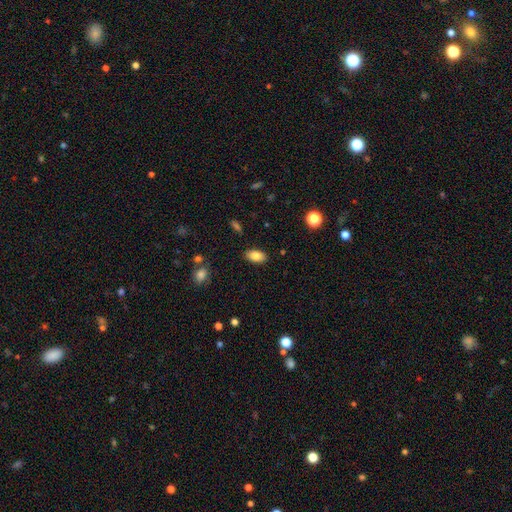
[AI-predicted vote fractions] Smooth or featured?
  - smooth: 83% *
  - featured or disk: 9%
  - star or artifact: 8%
How rounded?
  - in between: 93% *
  - round: 5%
  - cigar-shaped: 3%
Merging?
  - none: 87% *
  - minor disturbance: 9%
  - major disturbance: 2%
  - merger: 1%